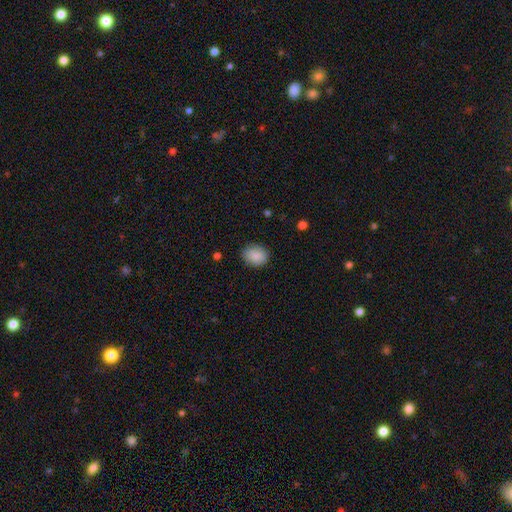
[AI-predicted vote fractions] The model was most divided on "how rounded": in between: 55%, round: 44%, cigar-shaped: 1%. More confident: smooth or featured — smooth (88%); merging — none (86%).